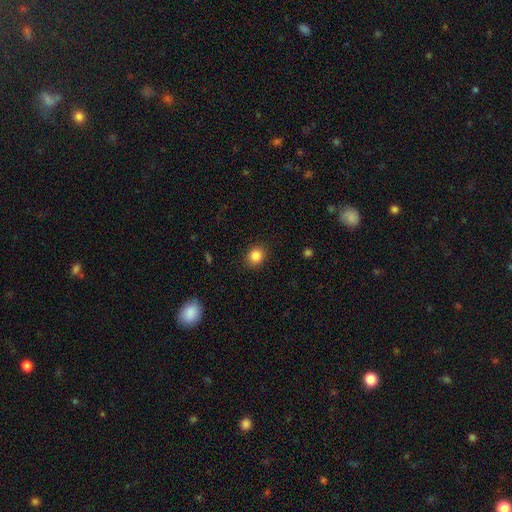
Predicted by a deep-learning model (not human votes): This is clearly a smooth galaxy (85%). How rounded: likely round (72%). Merging: clearly none (89%).